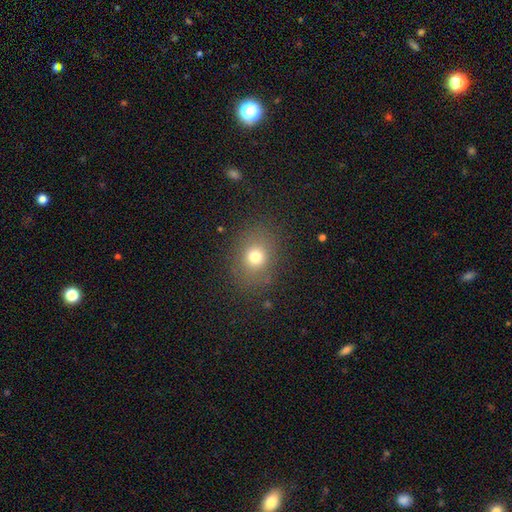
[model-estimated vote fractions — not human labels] Smooth or featured: smooth — 67% (star or artifact — 25%)
How rounded: round — 64% (in between — 35%)
Merging: none — 90% (minor disturbance — 7%)